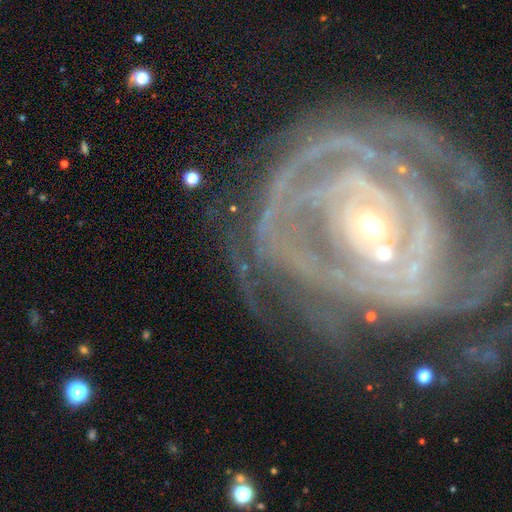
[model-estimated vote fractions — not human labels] A featured or disk galaxy (87%) with no bar (66%), tight (75%) spiral arms (92%) and a small central bulge (77%).

Vote fractions:
- Smooth or featured? featured or disk: 87% / star or artifact: 7% / smooth: 6%
- Edge-on disk? no: 97% / yes: 3%
- Bar? no: 66% / weak: 20% / strong: 14%
- Spiral arms? yes: 92% / no: 8%
- Spiral winding? tight: 75% / medium: 19% / loose: 6%
- Spiral arm count? can't tell: 30% / 2: 26% / 3: 16% / 4: 11% / more than 4: 9% / 1: 9%
- Bulge size? small: 77% / moderate: 18% / large: 2% / none: 2% / dominant: 1%
- Merging? none: 53% / minor disturbance: 21% / major disturbance: 20% / merger: 6%